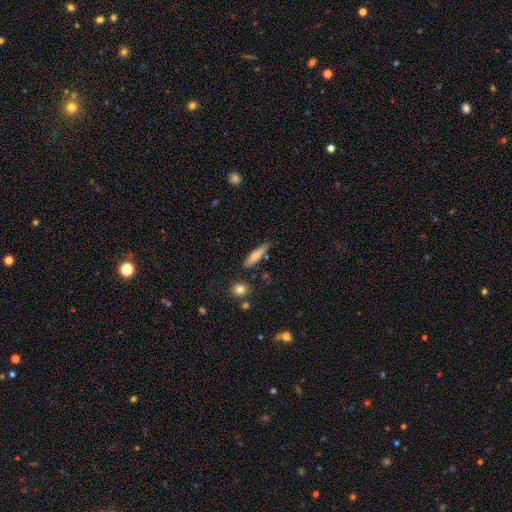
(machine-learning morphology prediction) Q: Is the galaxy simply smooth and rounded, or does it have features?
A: smooth — 76%.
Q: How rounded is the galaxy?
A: cigar-shaped — 74%.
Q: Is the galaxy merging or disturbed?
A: none — 73%.